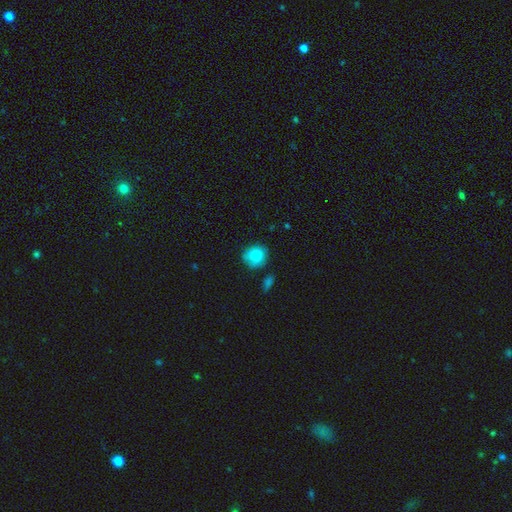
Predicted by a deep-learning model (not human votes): smooth 85%, star or artifact 8%, featured or disk 7%. Down the decision tree: how rounded — round (80%); merging — none (69%).